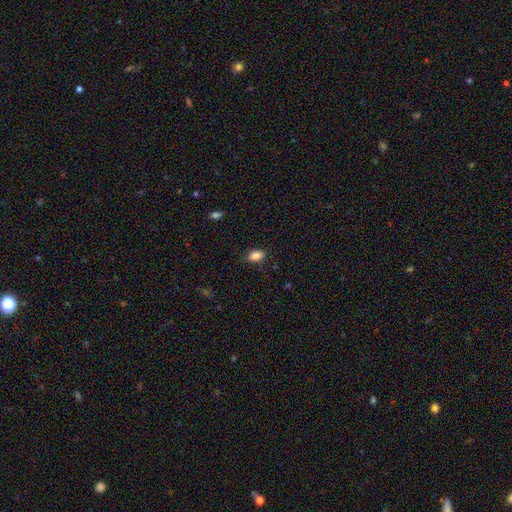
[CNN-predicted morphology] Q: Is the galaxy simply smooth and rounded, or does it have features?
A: smooth — 87%.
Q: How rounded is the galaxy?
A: in between — 88%.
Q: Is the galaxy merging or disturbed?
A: none — 81%.